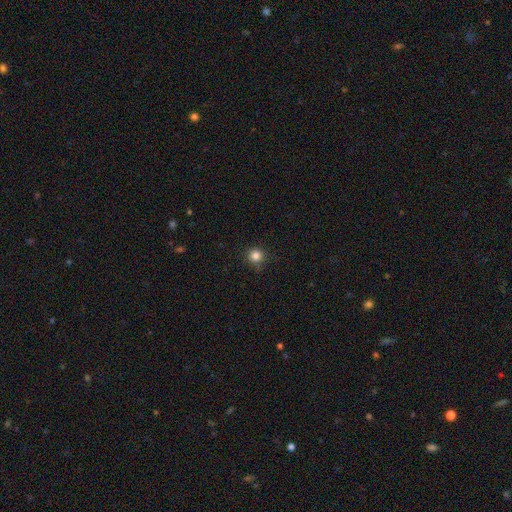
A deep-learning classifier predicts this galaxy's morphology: smooth 84%, star or artifact 13%, featured or disk 4%. Down the decision tree: how rounded — round (94%); merging — none (87%).